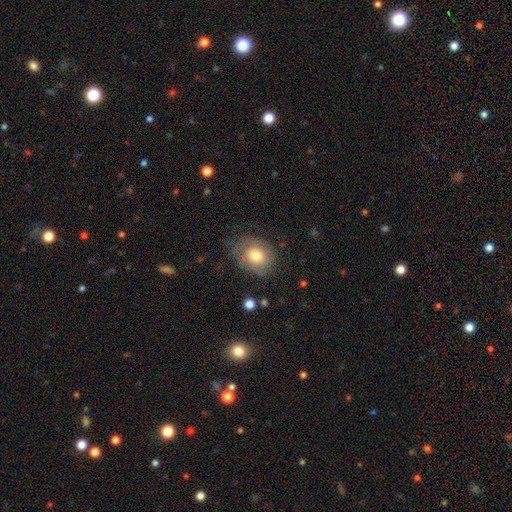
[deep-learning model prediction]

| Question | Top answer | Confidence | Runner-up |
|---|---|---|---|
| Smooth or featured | smooth | 57% | featured or disk (35%) |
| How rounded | in between | 51% | round (48%) |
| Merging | none | 66% | minor disturbance (22%) |